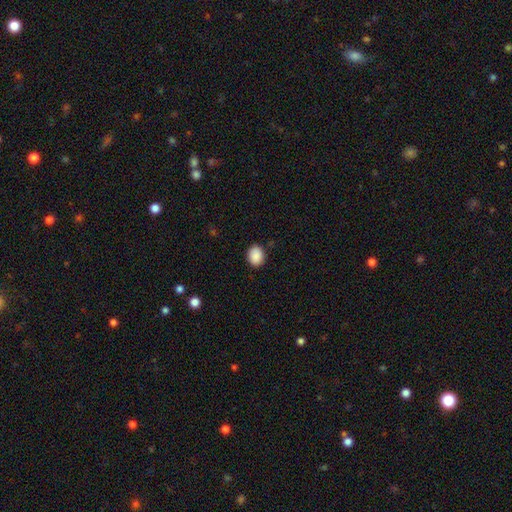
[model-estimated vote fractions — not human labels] A smooth galaxy with no disk features (89%) that is in between round and cigar-shaped (55%). Merging: none (87%).